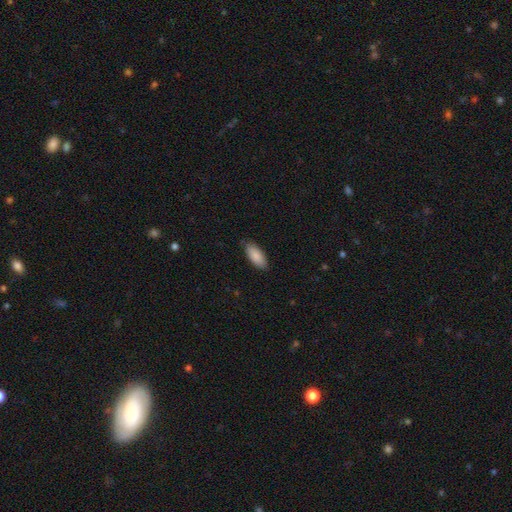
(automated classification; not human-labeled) Morphology: type=smooth (89%); roundness=in between (85%); merging=none (83%).